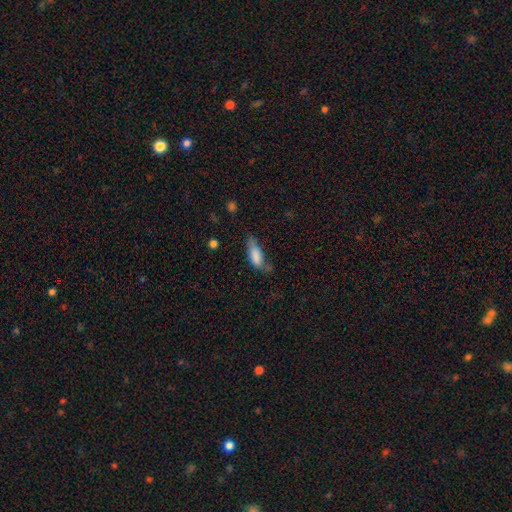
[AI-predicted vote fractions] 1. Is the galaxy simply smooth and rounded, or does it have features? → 78% smooth, 14% featured or disk, 8% star or artifact.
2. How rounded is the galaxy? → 72% in between, 25% cigar-shaped, 2% round.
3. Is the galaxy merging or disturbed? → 39% minor disturbance, 33% none, 23% major disturbance, 5% merger.